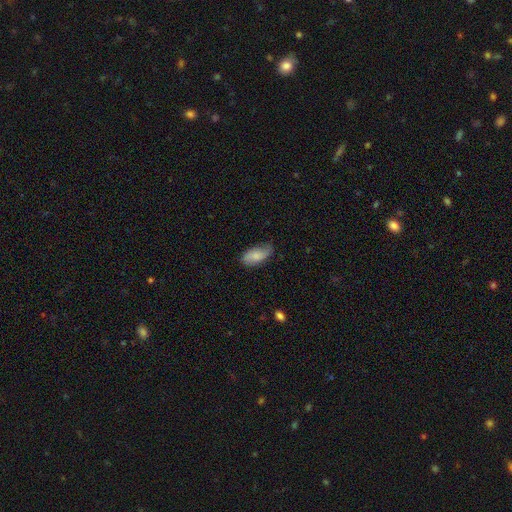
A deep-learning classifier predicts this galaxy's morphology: A smooth galaxy with no disk features (75%) that is in between round and cigar-shaped (91%). Merging: none (67%).